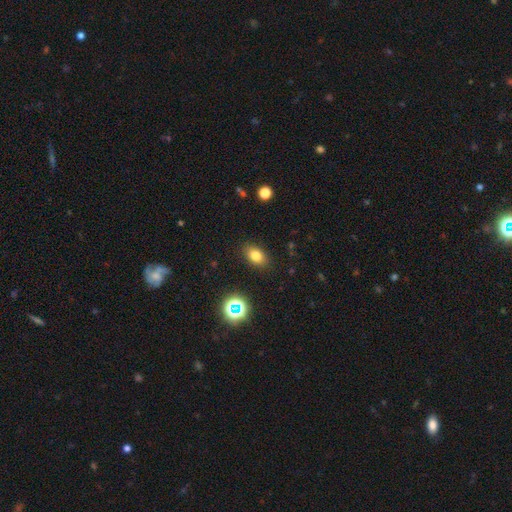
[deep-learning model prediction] This is likely a smooth galaxy (78%). How rounded: clearly in between (81%). Merging: clearly none (87%).